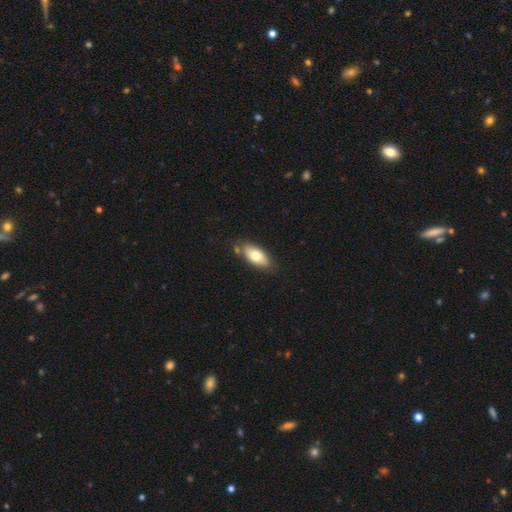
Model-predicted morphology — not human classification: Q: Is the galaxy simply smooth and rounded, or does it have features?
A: smooth — 73%.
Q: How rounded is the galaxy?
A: in between — 89%.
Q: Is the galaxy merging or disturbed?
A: none — 78%.